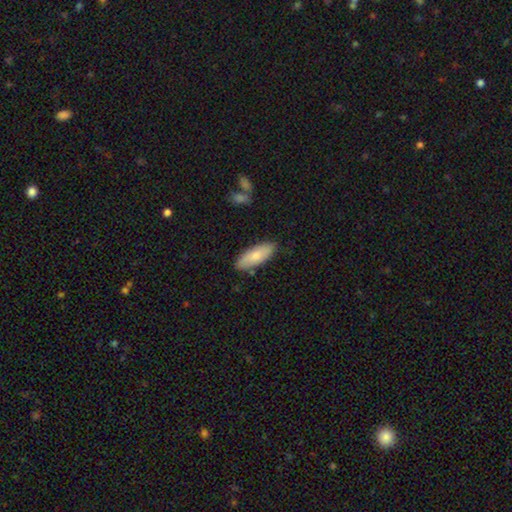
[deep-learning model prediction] smooth_or_featured: smooth (p=0.77) [alt: featured or disk p=0.17]
how_rounded: in between (p=0.69) [alt: cigar-shaped p=0.29]
merging: none (p=0.83) [alt: minor disturbance p=0.13]